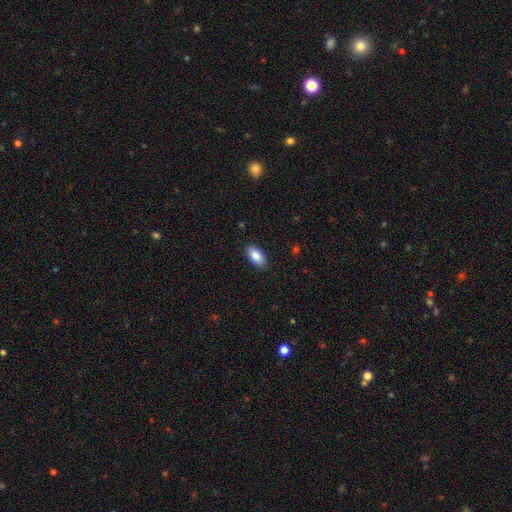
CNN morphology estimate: A smooth galaxy with no disk features (87%) that is in between round and cigar-shaped (93%).

Vote fractions:
- Smooth or featured? smooth: 87% / featured or disk: 7% / star or artifact: 6%
- How rounded? in between: 93% / cigar-shaped: 4% / round: 3%
- Merging? none: 89% / minor disturbance: 8% / major disturbance: 2% / merger: 1%